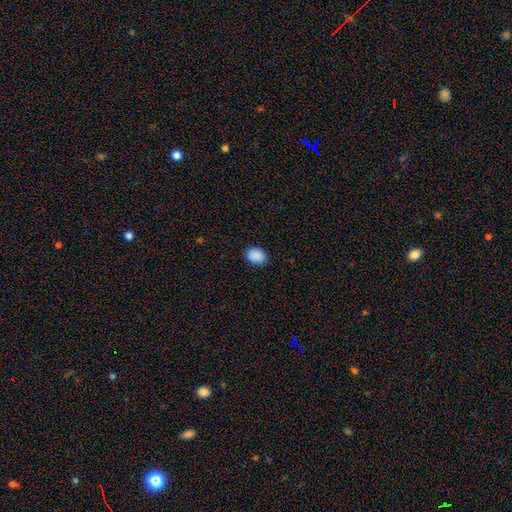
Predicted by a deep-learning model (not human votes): Morphology: type=smooth (90%); roundness=in between (66%); merging=none (88%).